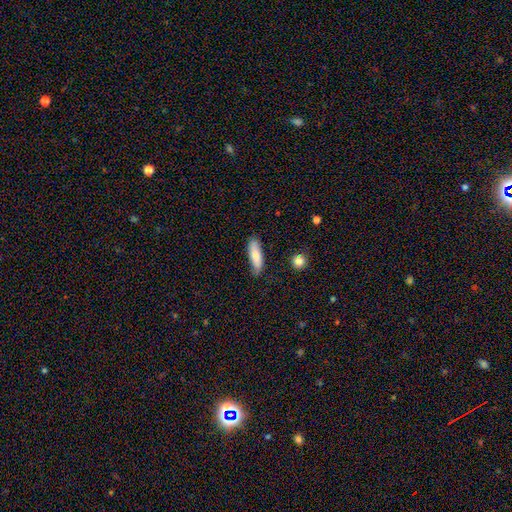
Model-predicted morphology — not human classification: This is likely a smooth galaxy (79%). How rounded: possibly cigar-shaped (51%). Merging: likely none (78%).